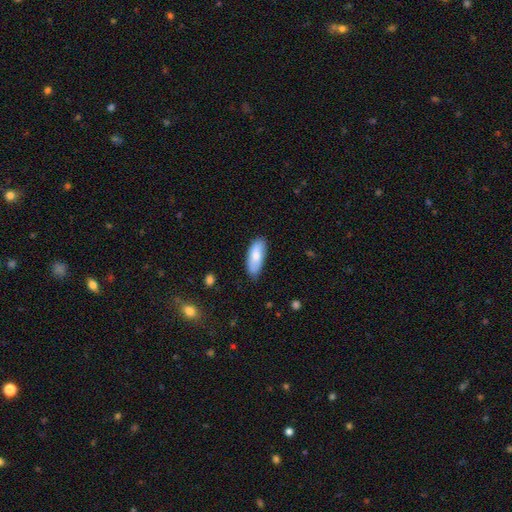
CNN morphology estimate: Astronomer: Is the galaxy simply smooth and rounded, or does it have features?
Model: smooth — 78%.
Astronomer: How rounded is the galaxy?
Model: in between — 78%.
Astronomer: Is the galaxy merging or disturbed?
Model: none — 81%.